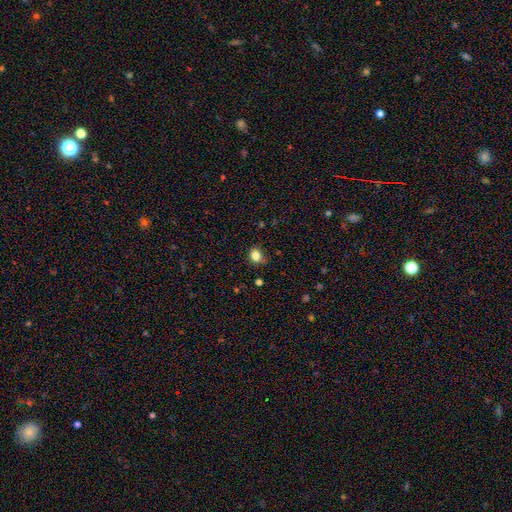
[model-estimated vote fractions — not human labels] smooth-or-featured: smooth: 83% | star or artifact: 12% | featured or disk: 5%
  how-rounded: round: 66% | in between: 33% | cigar-shaped: 1%
  merging: none: 74% | minor disturbance: 20% | major disturbance: 4% | merger: 2%